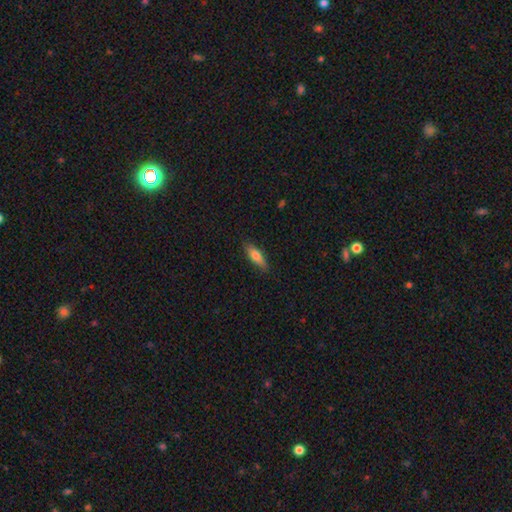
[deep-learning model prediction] This is likely a smooth galaxy (70%). How rounded: possibly cigar-shaped (53%). Merging: clearly none (85%).